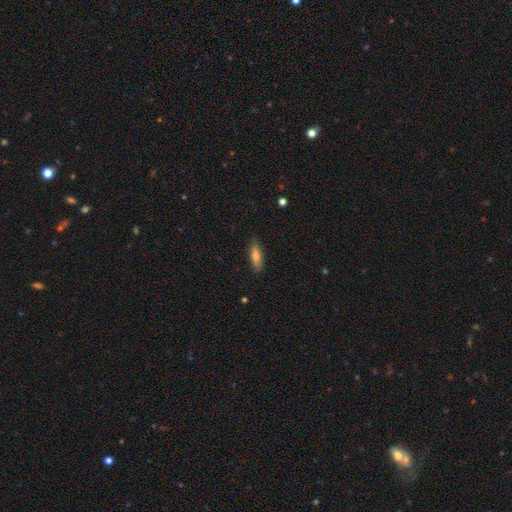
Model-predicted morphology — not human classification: This is likely a smooth galaxy (69%). How rounded: possibly cigar-shaped (52%). Merging: clearly none (82%).